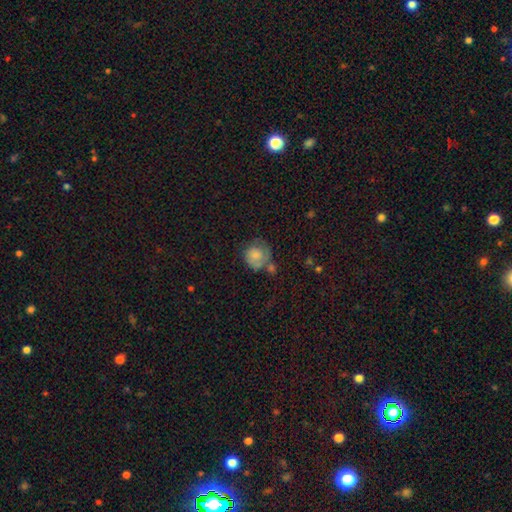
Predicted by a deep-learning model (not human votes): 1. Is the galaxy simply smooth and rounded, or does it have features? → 69% smooth, 22% featured or disk, 9% star or artifact.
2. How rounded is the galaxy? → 83% round, 16% in between, 1% cigar-shaped.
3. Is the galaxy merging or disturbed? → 45% none, 25% minor disturbance, 16% merger, 14% major disturbance.